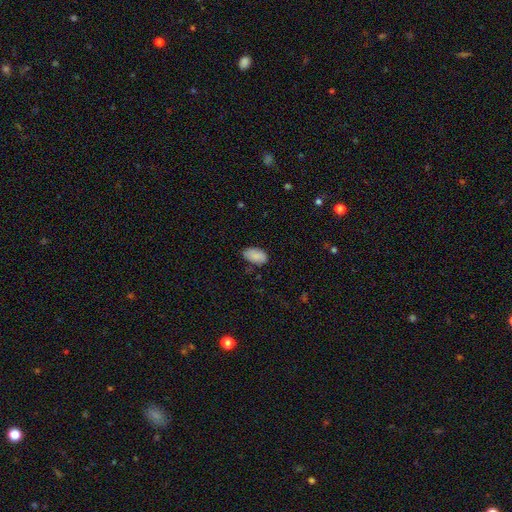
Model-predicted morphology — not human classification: Smooth or featured? smooth (88%)
How rounded? in between (94%)
Merging? none (76%)